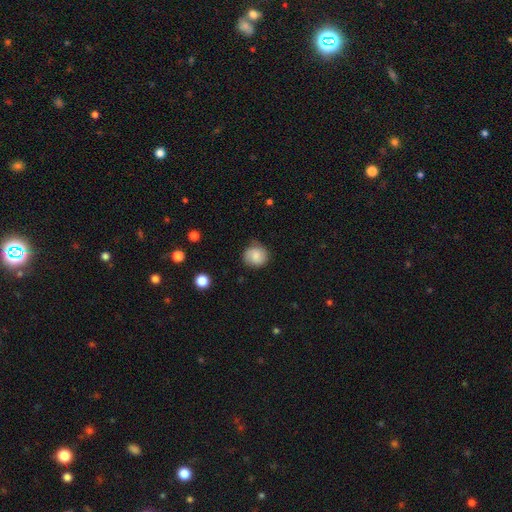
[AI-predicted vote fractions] smooth 74%, featured or disk 18%, star or artifact 8%. Down the decision tree: how rounded — round (86%); merging — none (77%).